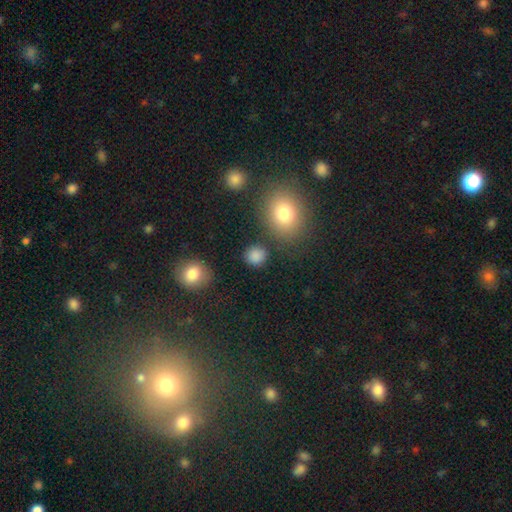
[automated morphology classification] Smooth or featured? smooth (84%)
How rounded? round (83%)
Merging? none (81%)